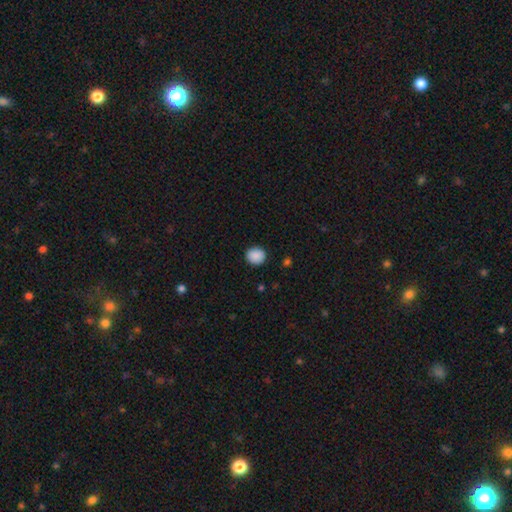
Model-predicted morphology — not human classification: Smooth or featured: smooth — 89% (star or artifact — 8%)
How rounded: round — 83% (in between — 16%)
Merging: none — 90% (minor disturbance — 7%)